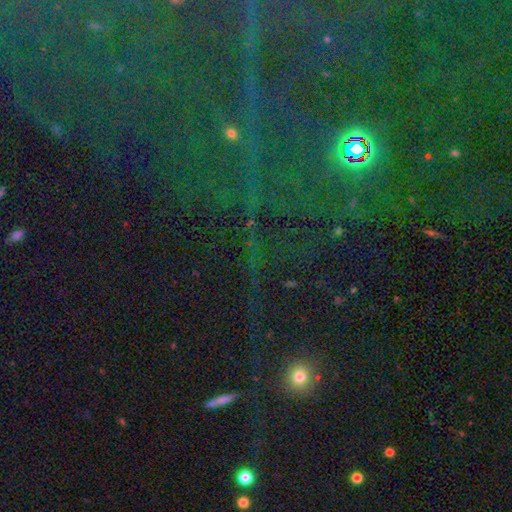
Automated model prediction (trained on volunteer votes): Smooth or featured?
  - star or artifact: 73% *
  - smooth: 17%
  - featured or disk: 10%